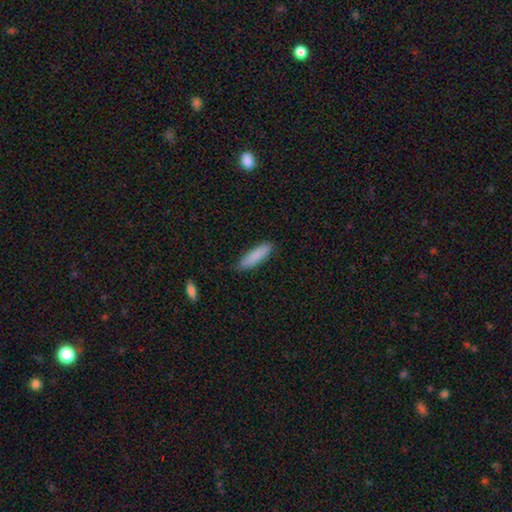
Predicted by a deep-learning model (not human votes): A smooth galaxy with no disk features (86%) that is cigar-shaped (70%). Merging: none (83%).